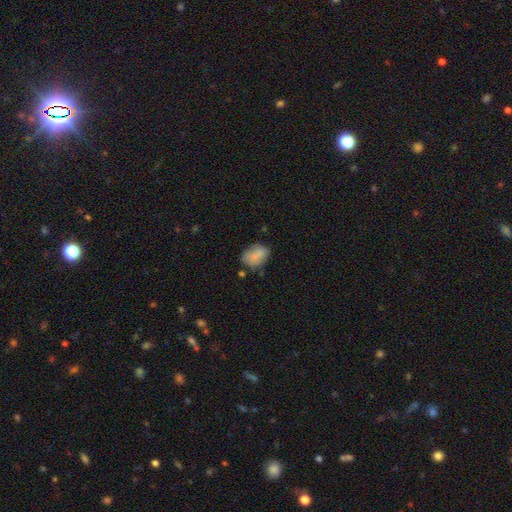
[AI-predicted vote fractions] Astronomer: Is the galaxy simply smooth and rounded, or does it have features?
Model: smooth — 79%.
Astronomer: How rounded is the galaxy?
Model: in between — 80%.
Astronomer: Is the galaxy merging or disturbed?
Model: none — 58%.